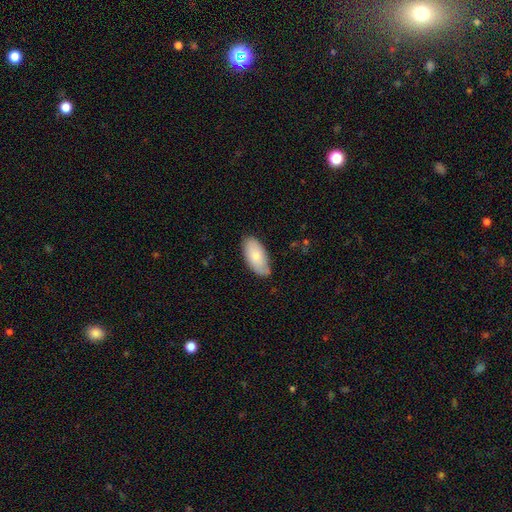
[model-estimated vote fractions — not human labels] smooth-or-featured: smooth: 78% | featured or disk: 16% | star or artifact: 6%
  how-rounded: in between: 94% | cigar-shaped: 4% | round: 2%
  merging: none: 76% | minor disturbance: 20% | major disturbance: 3% | merger: 1%